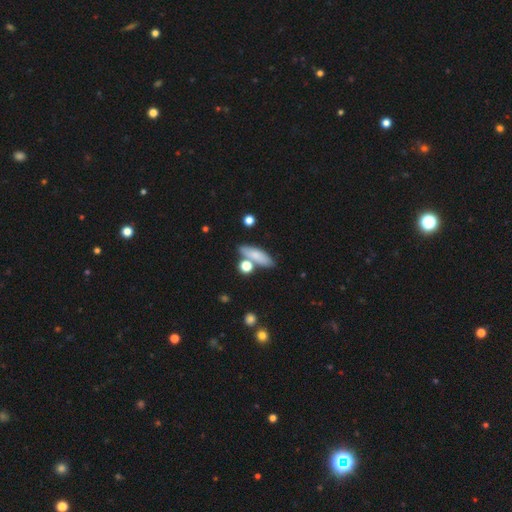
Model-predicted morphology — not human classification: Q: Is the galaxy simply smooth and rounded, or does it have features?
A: smooth — 78%.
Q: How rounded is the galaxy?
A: in between — 48%.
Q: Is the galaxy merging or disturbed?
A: none — 70%.